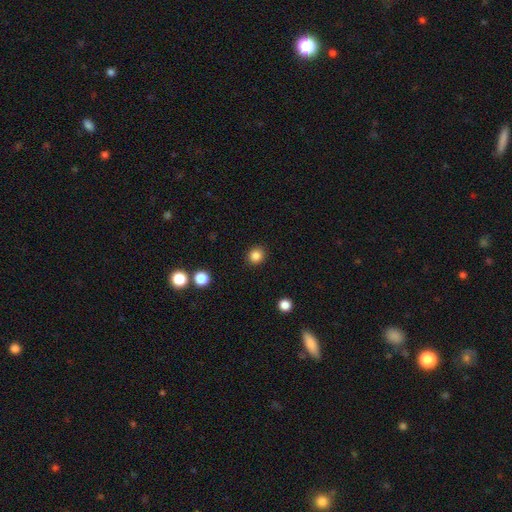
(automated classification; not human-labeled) Overall: smooth (85%). How rounded: round (87%). Merging: none (91%).